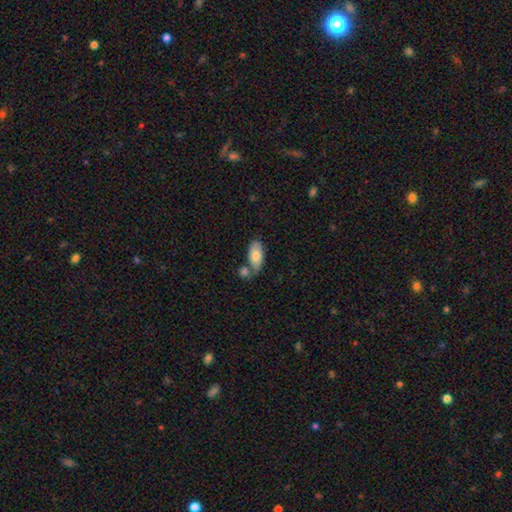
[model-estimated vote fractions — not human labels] Smooth or featured? Predicted: smooth (p=0.78). How rounded? Predicted: in between (p=0.91). Merging? Predicted: none (p=0.56).